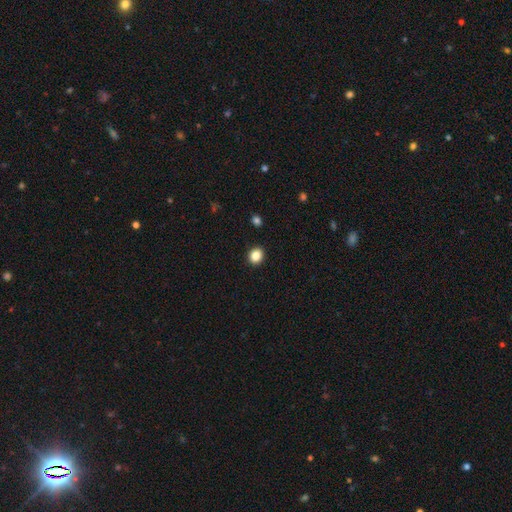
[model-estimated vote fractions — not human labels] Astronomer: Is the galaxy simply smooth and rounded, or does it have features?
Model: smooth — 86%.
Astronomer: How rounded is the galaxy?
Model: round — 71%.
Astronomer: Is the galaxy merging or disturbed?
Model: none — 91%.